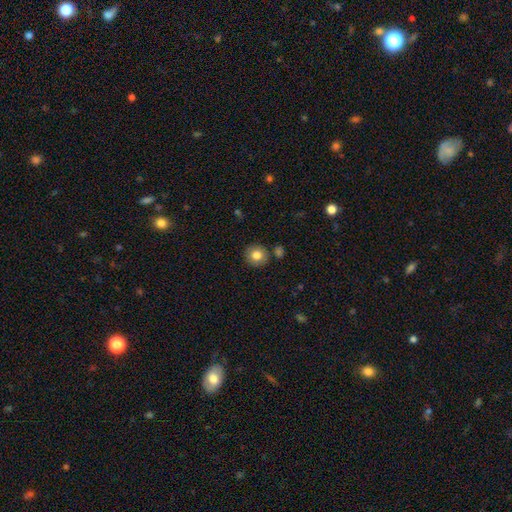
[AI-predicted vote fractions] Overall: smooth (82%). How rounded: round (91%). Merging: none (86%).